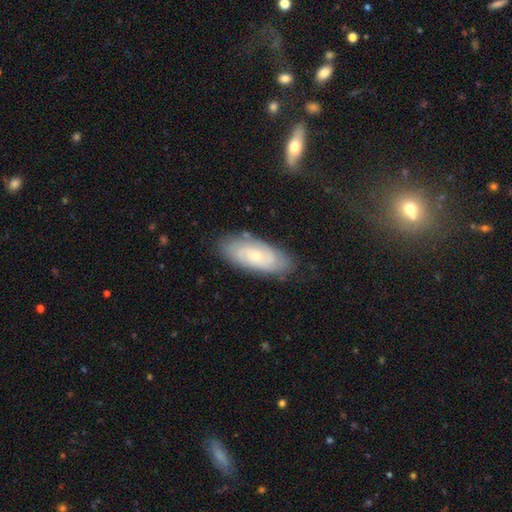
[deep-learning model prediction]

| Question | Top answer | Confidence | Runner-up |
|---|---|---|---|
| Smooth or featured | featured or disk | 62% | smooth (30%) |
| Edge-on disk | no | 90% | yes (10%) |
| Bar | no | 76% | weak (21%) |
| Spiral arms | yes | 86% | no (14%) |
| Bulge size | small | 74% | moderate (22%) |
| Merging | none | 79% | minor disturbance (16%) |